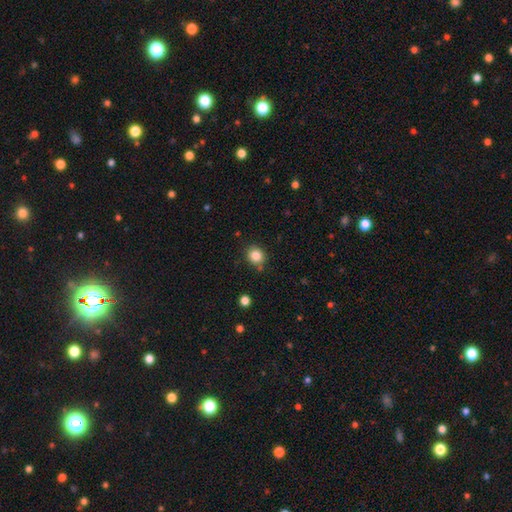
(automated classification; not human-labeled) The model was most divided on "how rounded": round: 84%, in between: 15%, cigar-shaped: 1%. More confident: smooth or featured — smooth (84%); merging — none (81%).